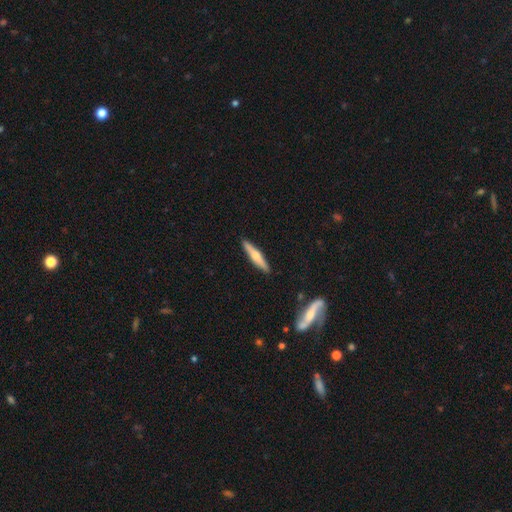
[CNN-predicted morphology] featured or disk 52%, smooth 43%, star or artifact 5%. Down the decision tree: edge-on disk — yes (95%); merging — none (90%).